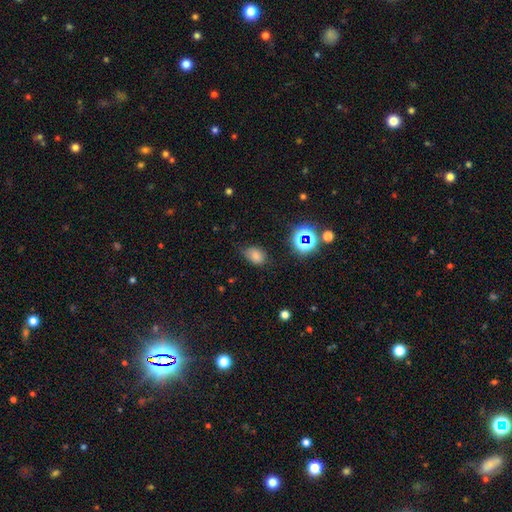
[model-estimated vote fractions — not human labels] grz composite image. It shows a smooth galaxy with no disk features (72%) that is in between round and cigar-shaped (78%). Merging: none (64%).